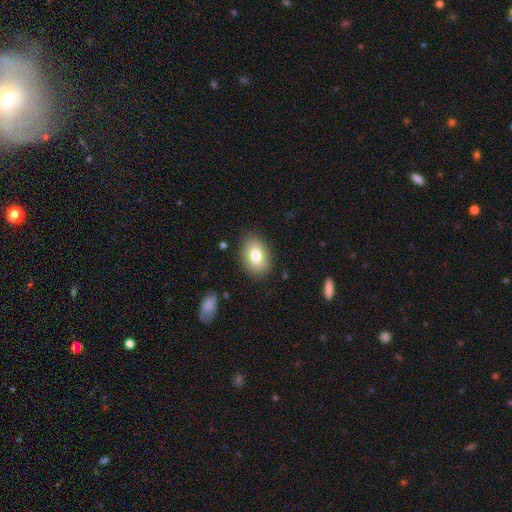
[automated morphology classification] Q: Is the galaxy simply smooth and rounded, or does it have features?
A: smooth — 78%.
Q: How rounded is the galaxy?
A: in between — 75%.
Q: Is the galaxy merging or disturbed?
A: none — 84%.